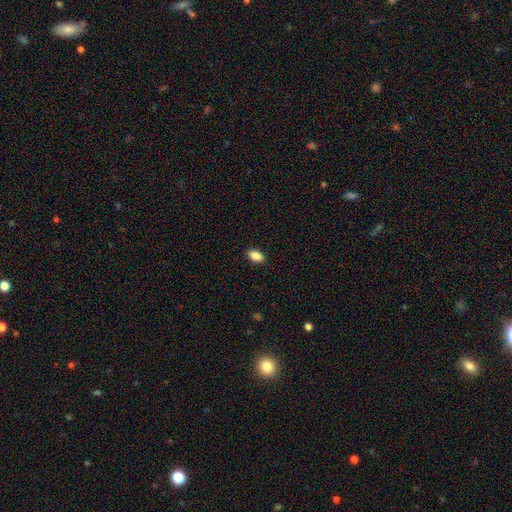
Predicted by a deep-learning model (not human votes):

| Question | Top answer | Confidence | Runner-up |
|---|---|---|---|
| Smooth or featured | smooth | 86% | star or artifact (8%) |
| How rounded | in between | 90% | round (6%) |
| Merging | none | 90% | minor disturbance (7%) |